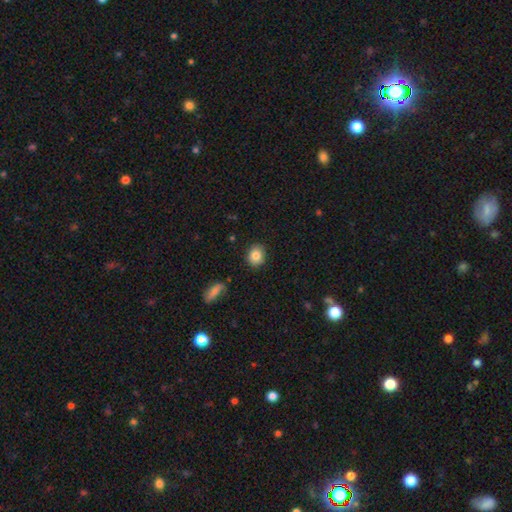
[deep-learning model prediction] The model was most divided on "how rounded": round: 66%, in between: 33%, cigar-shaped: 1%. More confident: merging — none (86%); smooth or featured — smooth (83%).